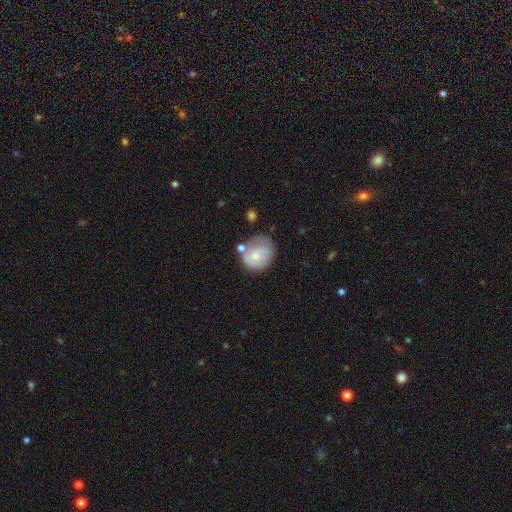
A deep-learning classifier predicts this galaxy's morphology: A smooth galaxy with no disk features (61%) that is round (71%).

Vote fractions:
- Smooth or featured? smooth: 61% / featured or disk: 31% / star or artifact: 8%
- How rounded? round: 71% / in between: 28% / cigar-shaped: 1%
- Merging? none: 47% / minor disturbance: 28% / major disturbance: 12% / merger: 12%